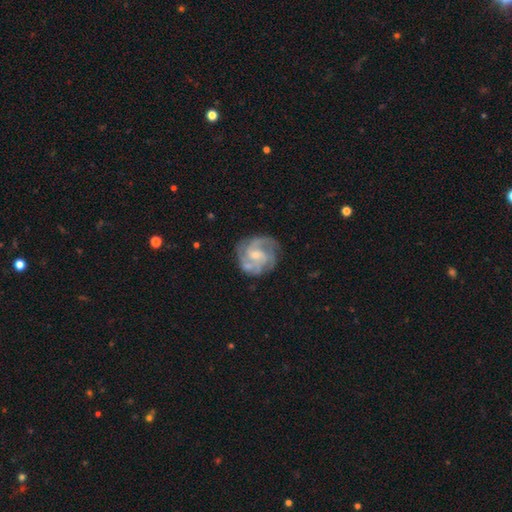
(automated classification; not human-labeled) Smooth or featured? Predicted: featured or disk (p=0.82). Edge-on disk? Predicted: no (p=0.98). Bar? Predicted: no (p=0.52). Spiral arms? Predicted: yes (p=0.94). Spiral winding? Predicted: tight (p=0.47). Spiral arm count? Predicted: 3 (p=0.36). Bulge size? Predicted: small (p=0.45). Merging? Predicted: none (p=0.72).